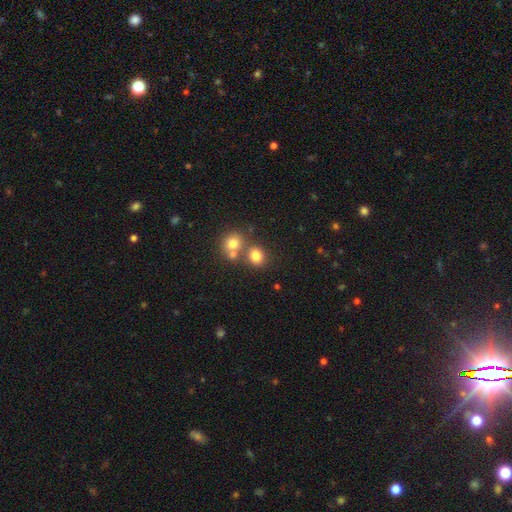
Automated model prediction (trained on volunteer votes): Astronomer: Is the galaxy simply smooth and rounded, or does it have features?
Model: smooth — 78%.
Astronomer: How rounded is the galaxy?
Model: round — 73%.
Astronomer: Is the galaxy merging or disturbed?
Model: none — 60%.